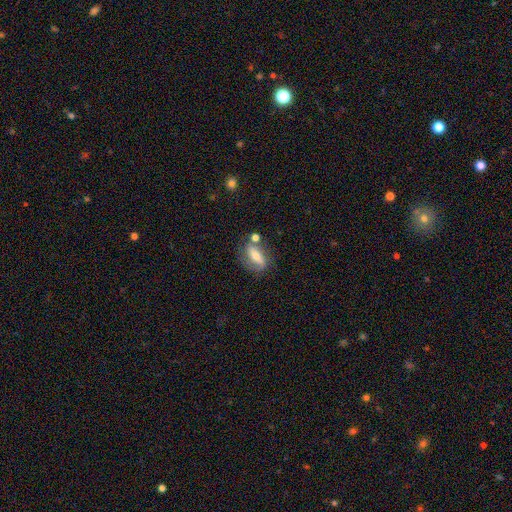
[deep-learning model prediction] Smooth or featured? Predicted: featured or disk (p=0.49). Merging? Predicted: none (p=0.58).